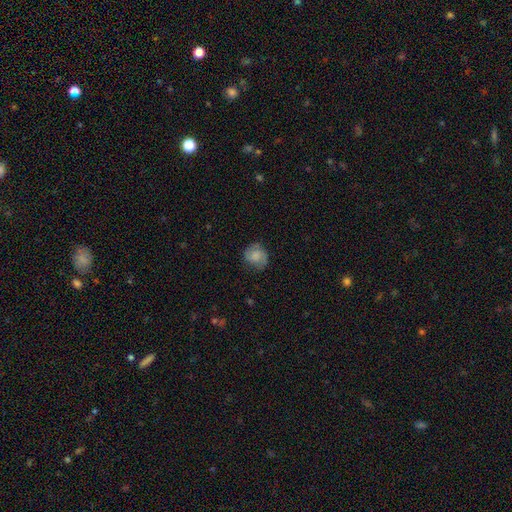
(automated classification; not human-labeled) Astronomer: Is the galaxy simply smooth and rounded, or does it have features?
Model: smooth — 64%.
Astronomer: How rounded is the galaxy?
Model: round — 75%.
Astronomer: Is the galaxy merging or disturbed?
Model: none — 69%.